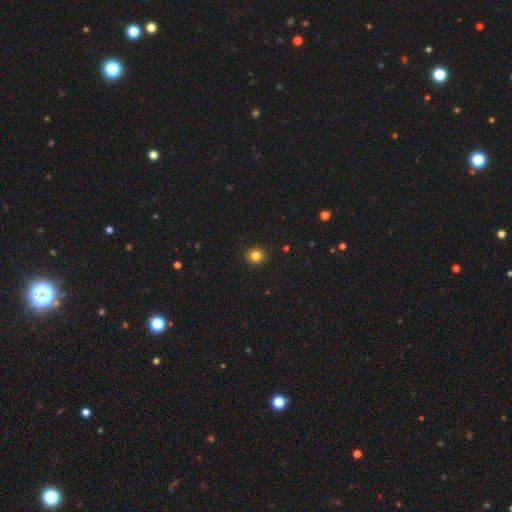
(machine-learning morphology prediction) Smooth or featured? Predicted: smooth (p=0.83). How rounded? Predicted: round (p=0.90). Merging? Predicted: none (p=0.93).